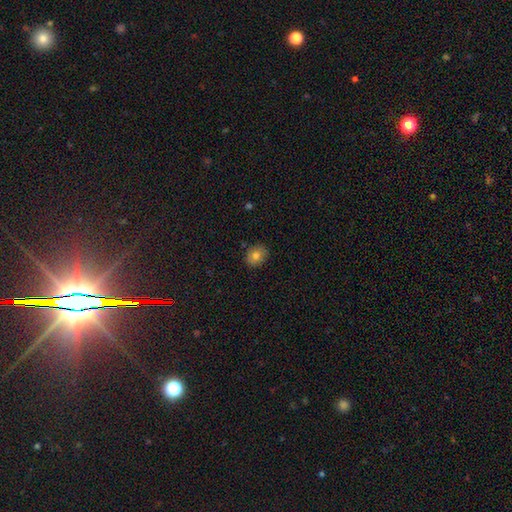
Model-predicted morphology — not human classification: Overall: smooth (79%). How rounded: round (57%; in between 42%). Merging: none (87%).